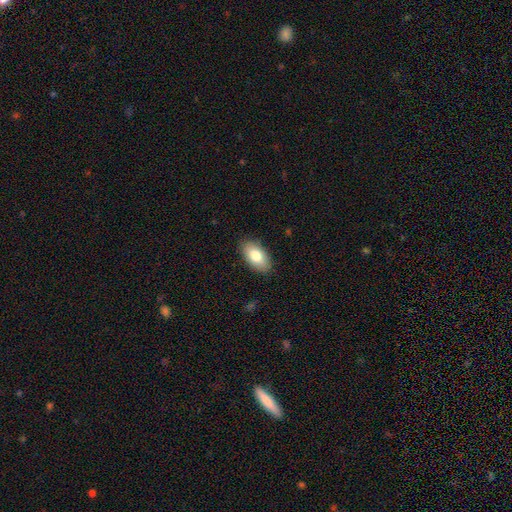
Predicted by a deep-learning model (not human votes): Smooth or featured?
  - smooth: 79% *
  - featured or disk: 14%
  - star or artifact: 7%
How rounded?
  - in between: 94% *
  - round: 4%
  - cigar-shaped: 3%
Merging?
  - none: 87% *
  - minor disturbance: 10%
  - major disturbance: 2%
  - merger: 1%